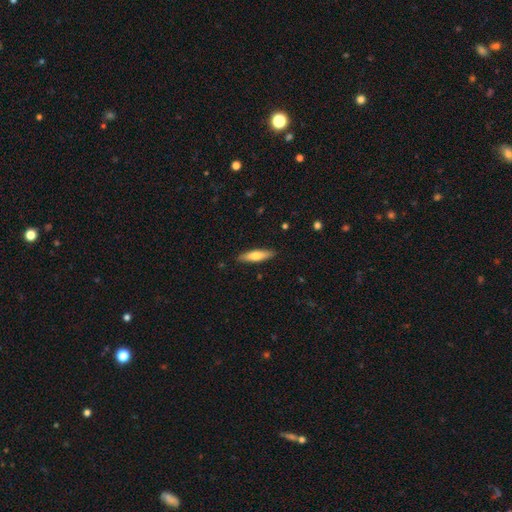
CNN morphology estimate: Overall: smooth (64%; featured or disk 31%). How rounded: cigar-shaped (71%). Merging: none (88%).